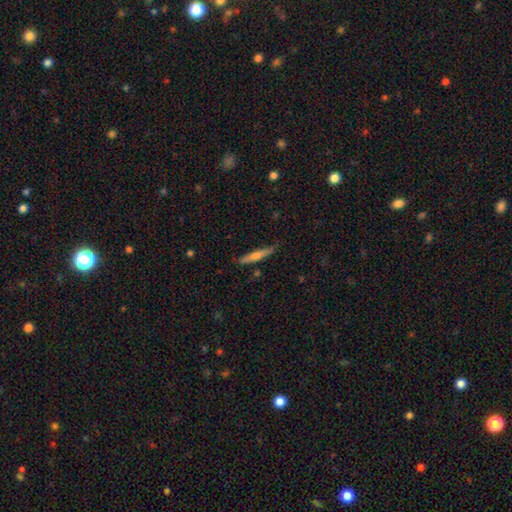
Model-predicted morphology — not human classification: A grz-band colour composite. It shows a featured or disk galaxy (50%). Merging: none (84%).